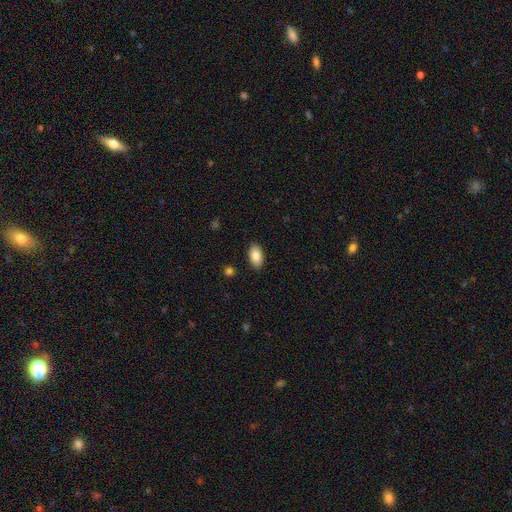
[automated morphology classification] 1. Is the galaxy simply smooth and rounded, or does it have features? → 85% smooth, 8% featured or disk, 7% star or artifact.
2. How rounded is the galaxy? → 94% in between, 4% round, 2% cigar-shaped.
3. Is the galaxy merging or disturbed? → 89% none, 8% minor disturbance, 2% major disturbance, 1% merger.